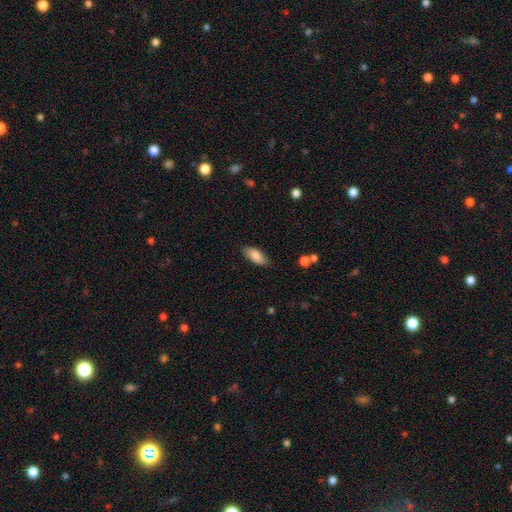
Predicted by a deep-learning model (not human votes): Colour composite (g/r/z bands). It shows a smooth galaxy with no disk features (86%) that is in between round and cigar-shaped (83%). Merging: none (83%).